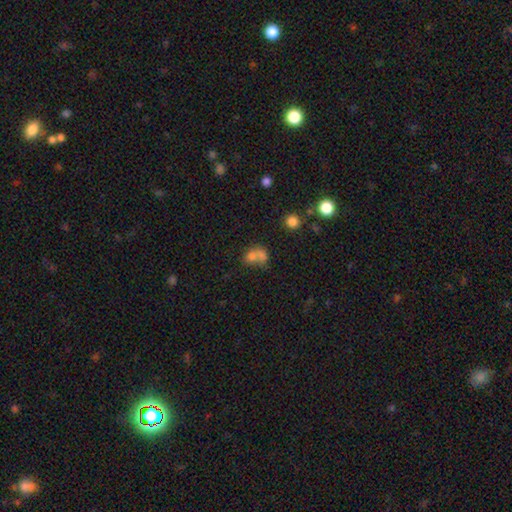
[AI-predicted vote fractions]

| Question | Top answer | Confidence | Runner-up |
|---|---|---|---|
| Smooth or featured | smooth | 71% | featured or disk (17%) |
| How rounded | round | 51% | in between (48%) |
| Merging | merger | 67% | none (21%) |